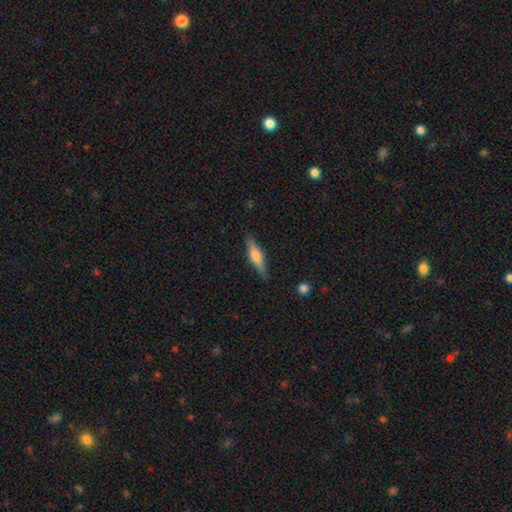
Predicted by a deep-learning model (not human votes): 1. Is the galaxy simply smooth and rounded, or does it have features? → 50% smooth, 44% featured or disk, 6% star or artifact.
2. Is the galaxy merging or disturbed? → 86% none, 11% minor disturbance, 2% major disturbance, 1% merger.